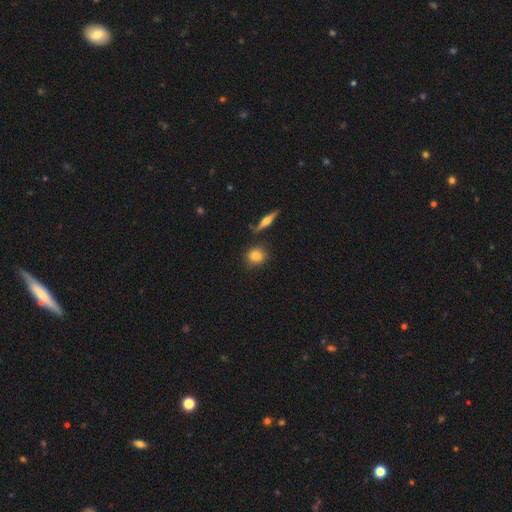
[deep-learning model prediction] smooth 79%, featured or disk 12%, star or artifact 9%. Down the decision tree: how rounded — round (77%); merging — none (80%).